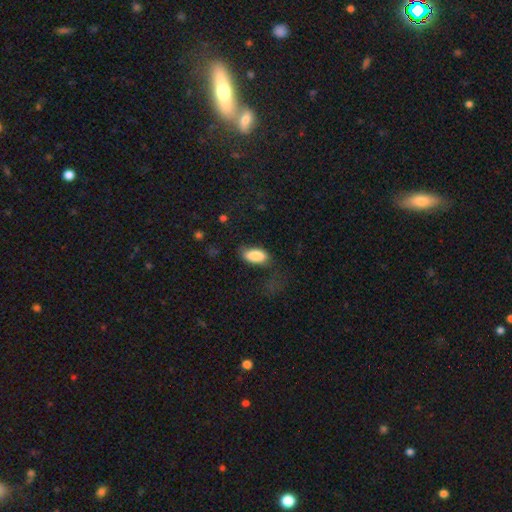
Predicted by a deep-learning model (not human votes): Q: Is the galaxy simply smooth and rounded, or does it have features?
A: smooth — 86%.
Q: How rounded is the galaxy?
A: in between — 91%.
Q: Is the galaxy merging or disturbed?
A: none — 54%.